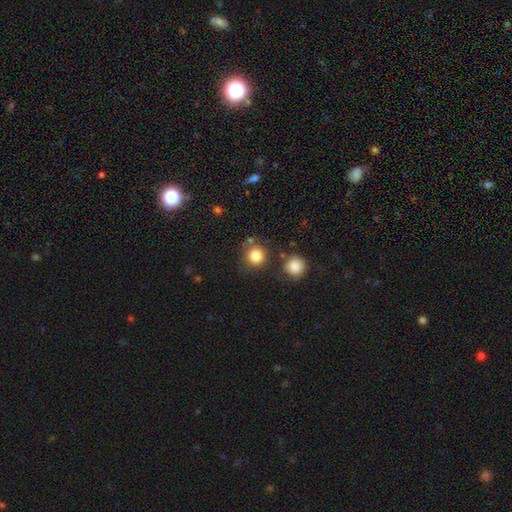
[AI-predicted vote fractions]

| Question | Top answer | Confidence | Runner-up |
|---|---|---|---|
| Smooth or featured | smooth | 83% | star or artifact (11%) |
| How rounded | round | 92% | in between (7%) |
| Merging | none | 76% | merger (10%) |